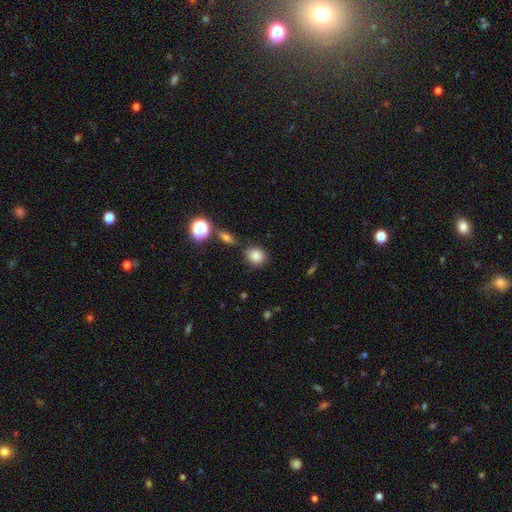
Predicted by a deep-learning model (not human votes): Smooth or featured?
  - smooth: 83% *
  - star or artifact: 11%
  - featured or disk: 6%
How rounded?
  - round: 75% *
  - in between: 23%
  - cigar-shaped: 1%
Merging?
  - none: 75% *
  - minor disturbance: 15%
  - merger: 6%
  - major disturbance: 4%